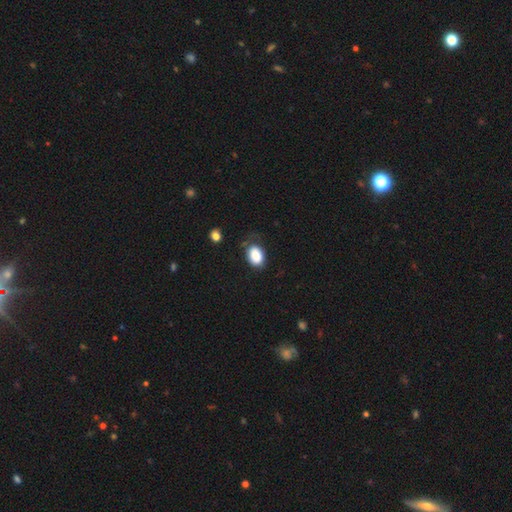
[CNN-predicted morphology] This is clearly a smooth galaxy (86%). How rounded: clearly in between (81%). Merging: likely none (64%).